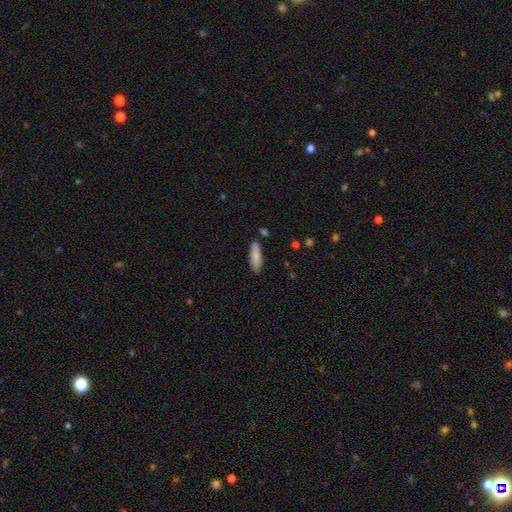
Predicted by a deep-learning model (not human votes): smooth 86%, featured or disk 8%, star or artifact 6%. Down the decision tree: how rounded — cigar-shaped (57%); merging — none (83%).